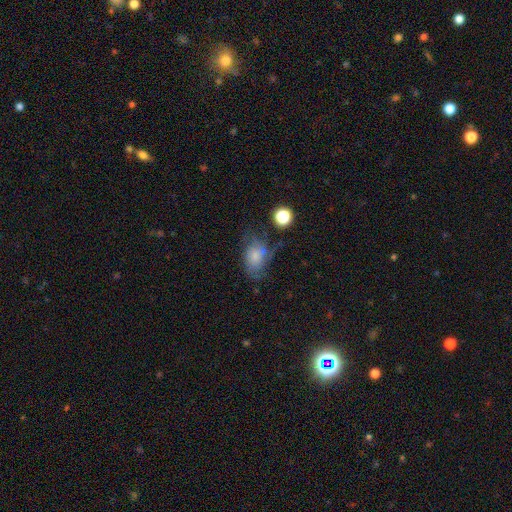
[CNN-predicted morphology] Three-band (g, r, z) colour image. It shows a smooth galaxy with no disk features (65%) that is in between round and cigar-shaped (78%). Merging: none (40%).